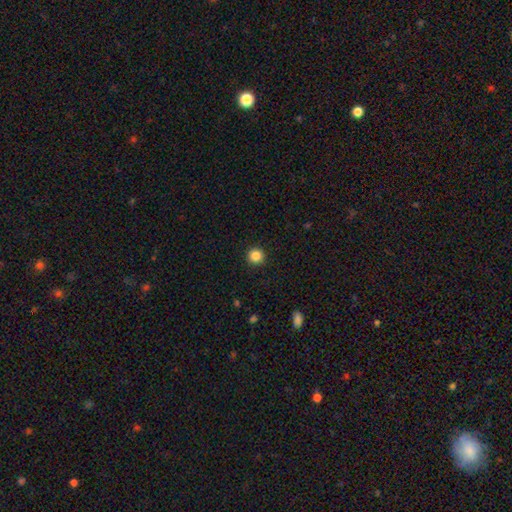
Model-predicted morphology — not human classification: Smooth or featured? smooth (86%)
How rounded? round (96%)
Merging? none (93%)